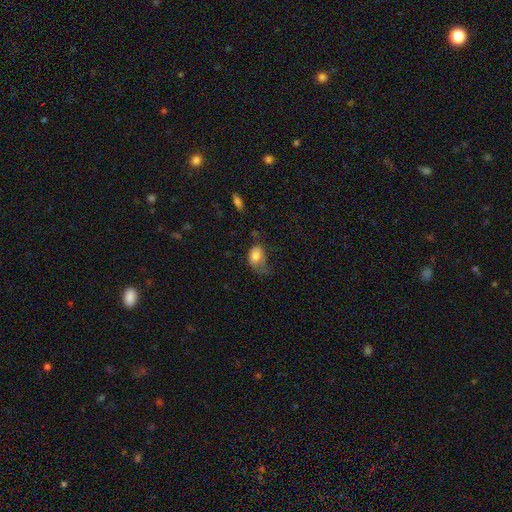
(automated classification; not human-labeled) A smooth galaxy with no disk features (78%) that is in between round and cigar-shaped (84%).

Vote fractions:
- Smooth or featured? smooth: 78% / featured or disk: 14% / star or artifact: 8%
- How rounded? in between: 84% / round: 15% / cigar-shaped: 1%
- Merging? major disturbance: 43% / minor disturbance: 31% / none: 23% / merger: 3%